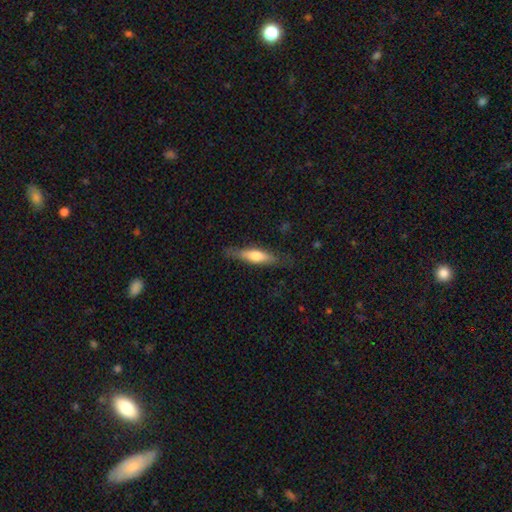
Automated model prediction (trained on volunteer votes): smooth 57%, featured or disk 38%, star or artifact 6%. Down the decision tree: how rounded — cigar-shaped (70%); merging — none (78%).